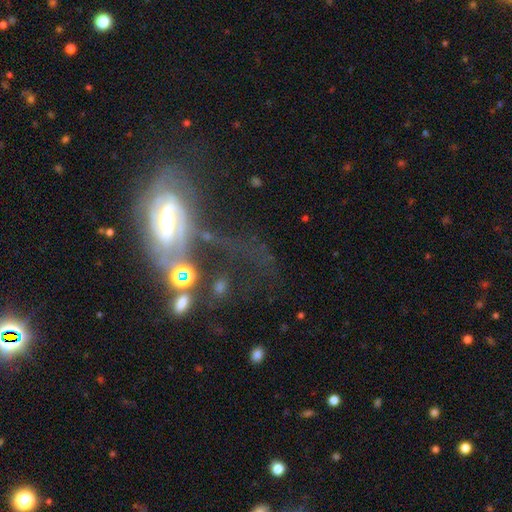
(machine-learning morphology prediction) The model was most divided on "spiral arms" (2-way tie): yes: 50%, no: 50%. Remaining: edge-on disk — no (85%); smooth or featured — featured or disk (62%); bulge size — moderate (55%); bar — no (46%); merging — major disturbance (36%).